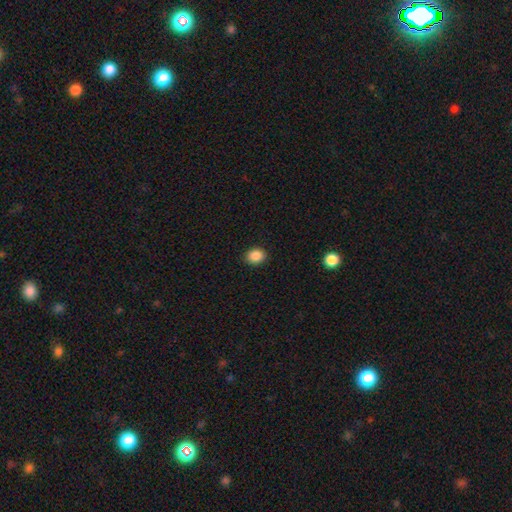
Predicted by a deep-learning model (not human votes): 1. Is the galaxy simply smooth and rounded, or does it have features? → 88% smooth, 9% star or artifact, 3% featured or disk.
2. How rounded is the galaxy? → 58% round, 41% in between, 1% cigar-shaped.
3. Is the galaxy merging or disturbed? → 90% none, 7% minor disturbance, 2% major disturbance, 1% merger.